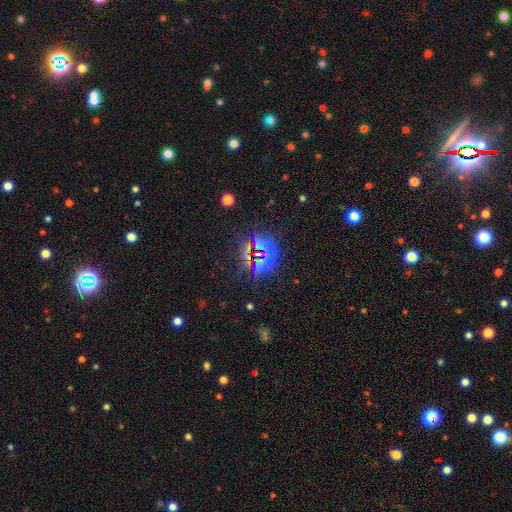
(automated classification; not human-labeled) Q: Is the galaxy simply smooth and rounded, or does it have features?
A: star or artifact — 80%.